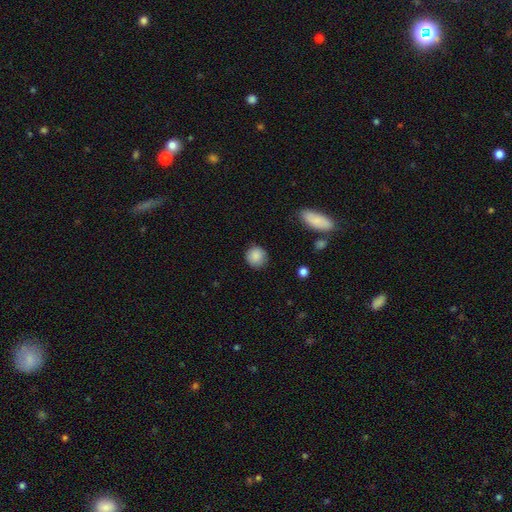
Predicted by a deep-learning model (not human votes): smooth 87%, star or artifact 8%, featured or disk 5%. Down the decision tree: how rounded — round (90%); merging — none (84%).